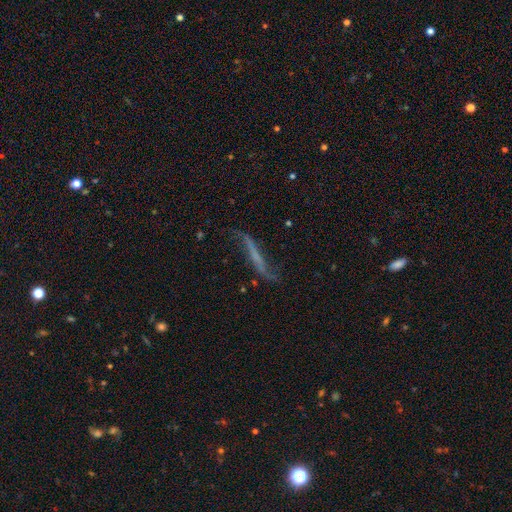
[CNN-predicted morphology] A featured or disk galaxy (65%) viewed edge-on (52%).

Vote fractions:
- Smooth or featured? featured or disk: 65% / smooth: 24% / star or artifact: 11%
- Edge-on disk? yes: 52% / no: 48%
- Merging? none: 53% / minor disturbance: 26% / major disturbance: 17% / merger: 4%